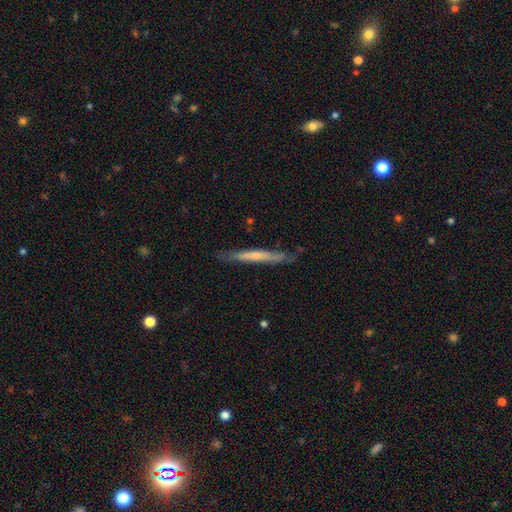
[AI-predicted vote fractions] This appears to be a featured or disk galaxy (50%) viewed edge-on (90%). Merging: none (77%).